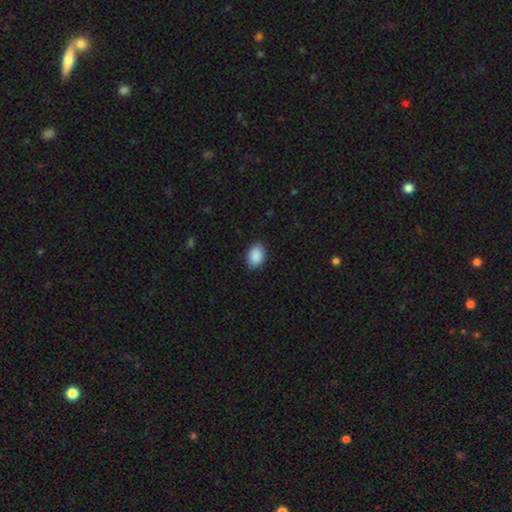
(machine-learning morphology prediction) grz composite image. It shows a smooth galaxy with no disk features (90%) that is in between round and cigar-shaped (83%). Merging: none (86%).